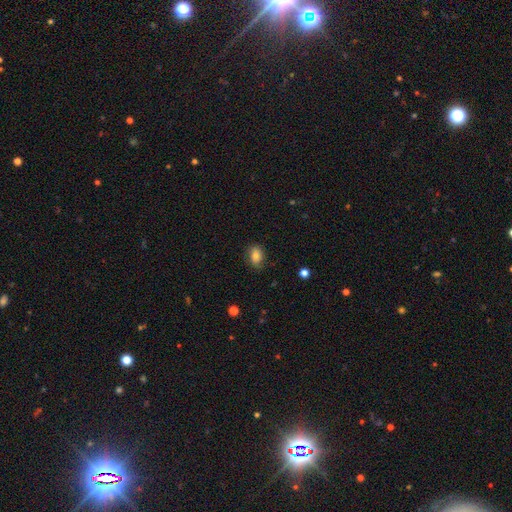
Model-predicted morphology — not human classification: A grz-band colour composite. It shows a smooth galaxy with no disk features (79%) that is in between round and cigar-shaped (78%). Merging: none (78%).